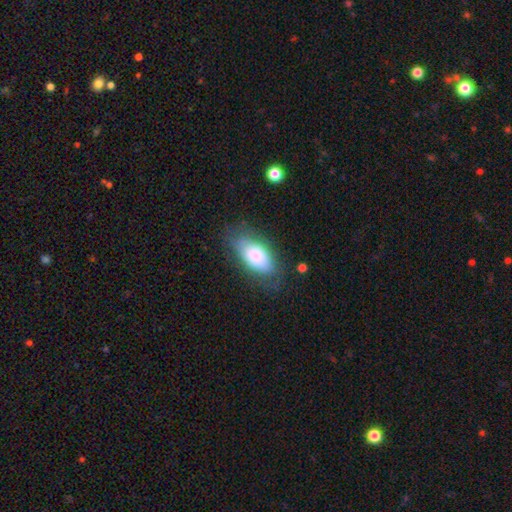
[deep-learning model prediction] Q: Smooth or featured?
A: smooth (73%); runner-up: featured or disk (20%)
Q: How rounded?
A: in between (92%); runner-up: round (4%)
Q: Merging?
A: none (69%); runner-up: minor disturbance (20%)